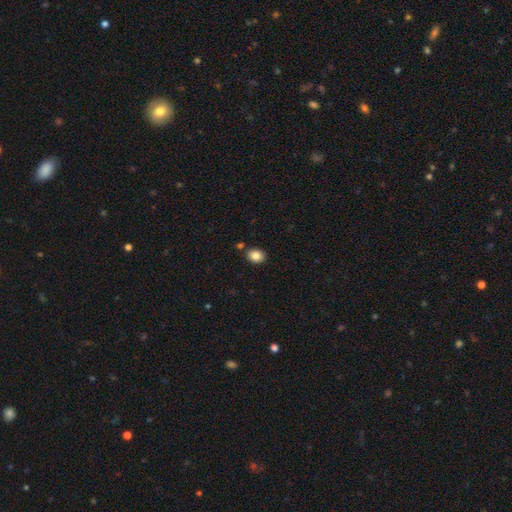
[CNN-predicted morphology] The model was most divided on "how rounded": in between: 53%, round: 46%, cigar-shaped: 1%. More confident: merging — none (84%); smooth or featured — smooth (84%).